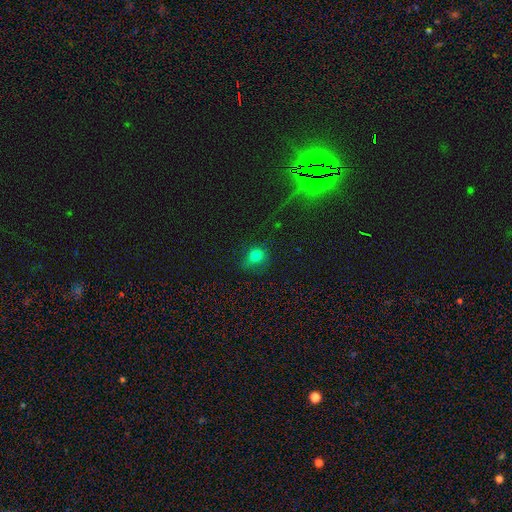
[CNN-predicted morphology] Smooth or featured? Predicted: smooth (p=0.75). How rounded? Predicted: round (p=0.69). Merging? Predicted: none (p=0.65).